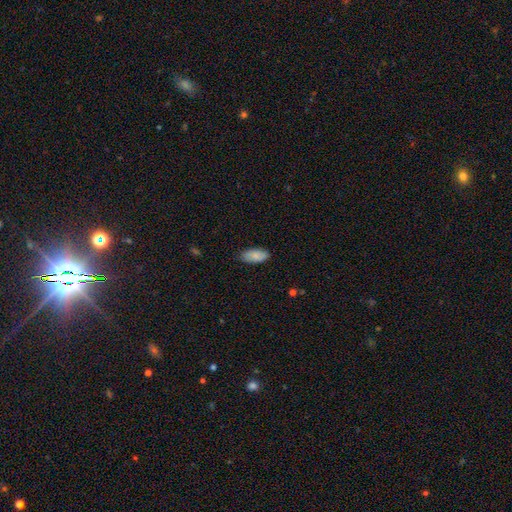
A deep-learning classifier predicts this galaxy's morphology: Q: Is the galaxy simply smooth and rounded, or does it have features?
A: smooth — 84%.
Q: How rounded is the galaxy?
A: in between — 92%.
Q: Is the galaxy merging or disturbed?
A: none — 81%.